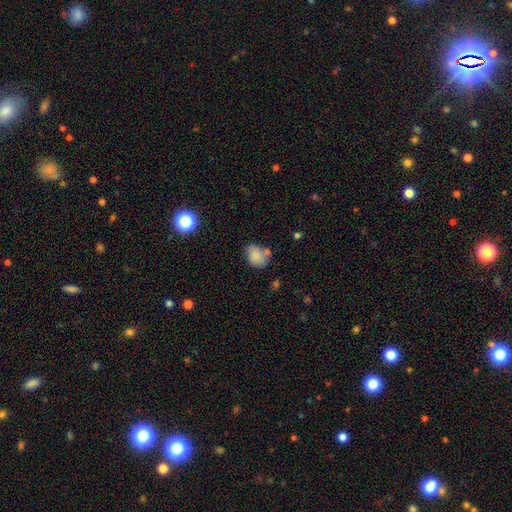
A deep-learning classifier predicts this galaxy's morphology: Smooth or featured?
  - smooth: 81% *
  - star or artifact: 10%
  - featured or disk: 9%
How rounded?
  - in between: 57% *
  - round: 42%
  - cigar-shaped: 1%
Merging?
  - none: 54% *
  - minor disturbance: 25%
  - merger: 14%
  - major disturbance: 7%